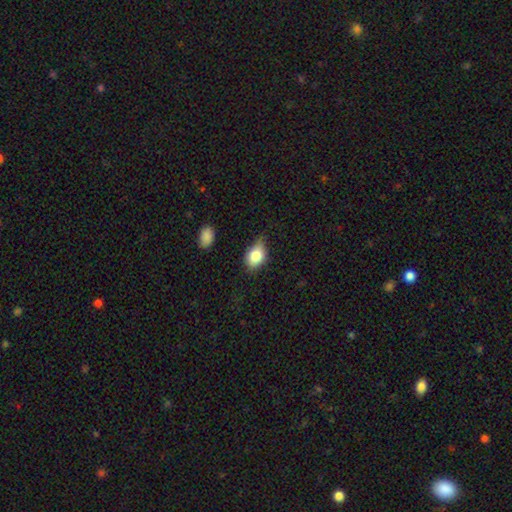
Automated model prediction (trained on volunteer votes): Smooth or featured: smooth — 79% (featured or disk — 13%)
How rounded: in between — 73% (round — 25%)
Merging: none — 51% (minor disturbance — 37%)